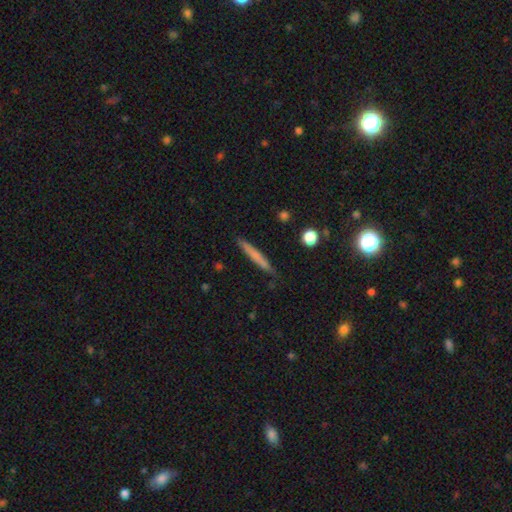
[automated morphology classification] type=smooth (67%); roundness=cigar-shaped (96%); merging=none (85%).